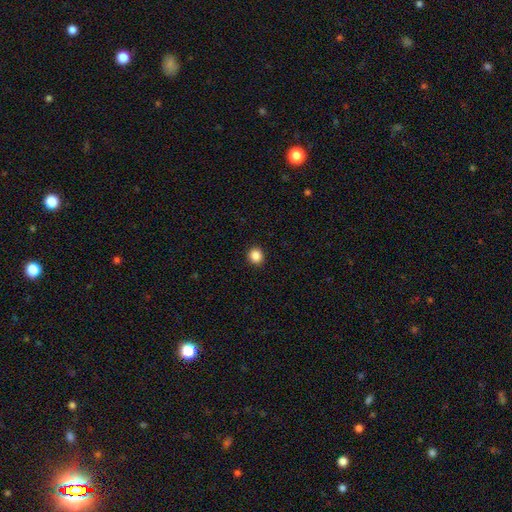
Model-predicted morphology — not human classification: The model was most divided on "smooth or featured": smooth: 87%, star or artifact: 10%, featured or disk: 3%. More confident: merging — none (93%); how rounded — round (90%).